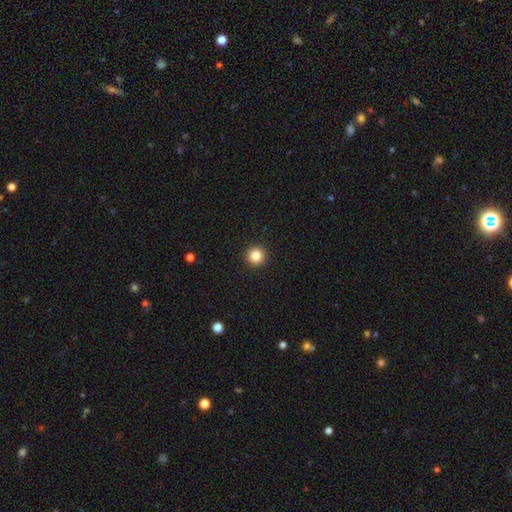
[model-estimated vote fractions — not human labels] smooth 83%, star or artifact 11%, featured or disk 5%. Down the decision tree: how rounded — round (96%); merging — none (94%).